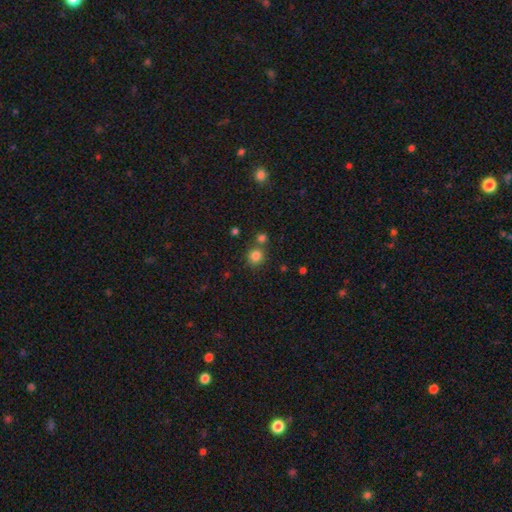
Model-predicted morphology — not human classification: type=smooth (82%); roundness=round (90%); merging=none (70%).